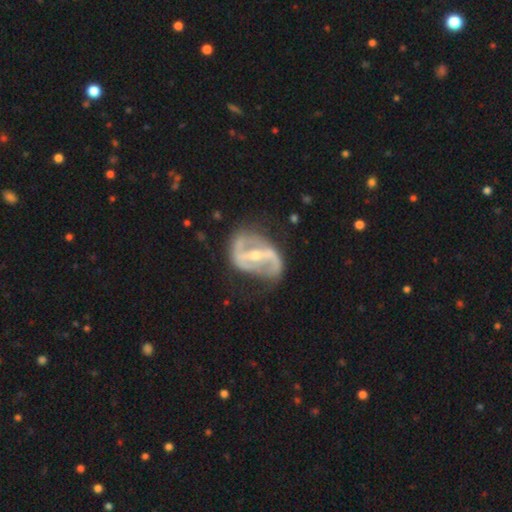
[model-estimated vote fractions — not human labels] featured or disk 85%, smooth 9%, star or artifact 5%. Down the decision tree: edge-on disk — no (95%); bar — strong (70%); spiral arms — yes (81%); spiral arm count — 2 (81%); spiral winding — loose (40%, tied with medium); bulge size — small (49%); merging — none (56%).